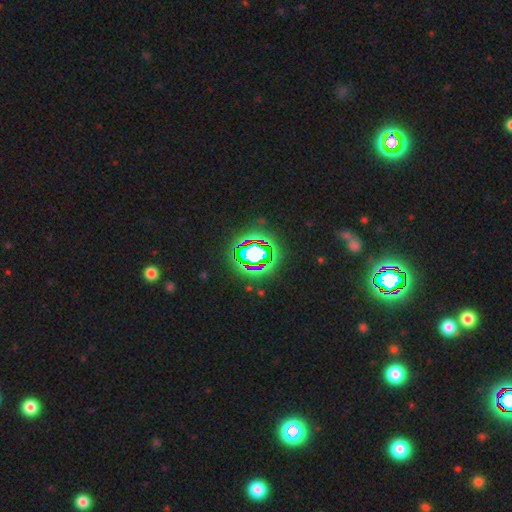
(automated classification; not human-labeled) Overall: star or artifact (80%).